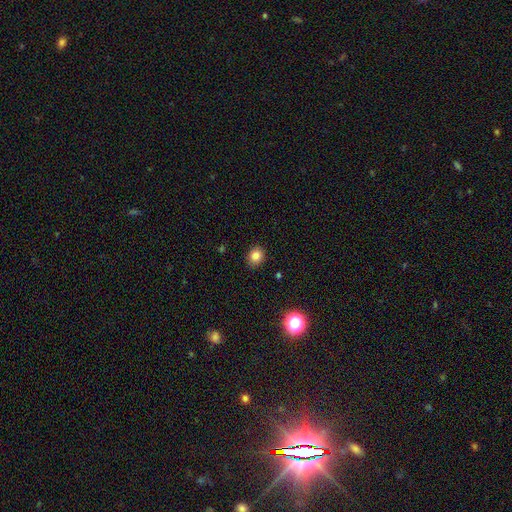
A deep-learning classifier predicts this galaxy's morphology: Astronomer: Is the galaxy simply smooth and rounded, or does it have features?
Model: smooth — 82%.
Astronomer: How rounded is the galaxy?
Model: round — 71%.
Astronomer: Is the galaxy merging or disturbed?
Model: none — 87%.